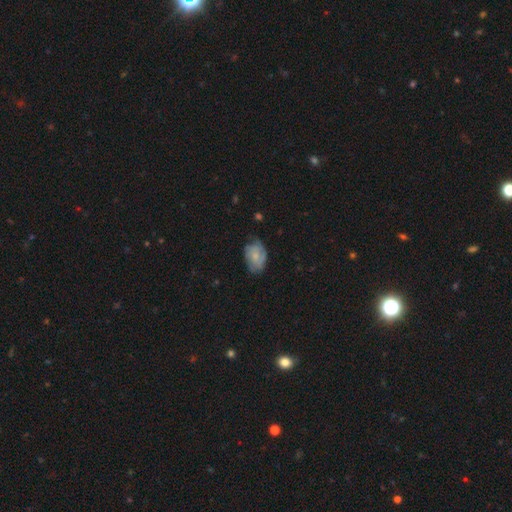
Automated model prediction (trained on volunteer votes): Smooth or featured: smooth — 50% (featured or disk — 43%)
How rounded: in between — 82% (round — 17%)
Merging: none — 60% (minor disturbance — 30%)